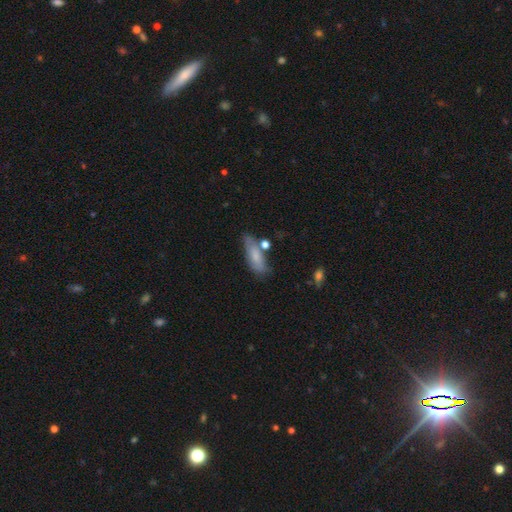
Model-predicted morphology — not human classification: type=smooth (74%); roundness=in between (64%); merging=none (60%).